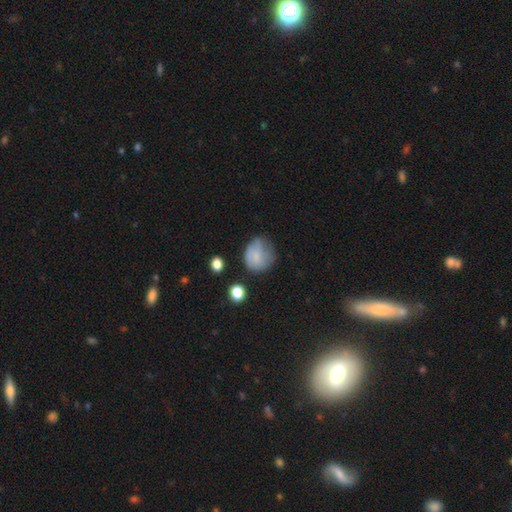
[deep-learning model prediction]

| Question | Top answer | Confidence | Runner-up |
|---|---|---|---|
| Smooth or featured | smooth | 71% | featured or disk (21%) |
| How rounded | round | 74% | in between (25%) |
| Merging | none | 48% | minor disturbance (33%) |